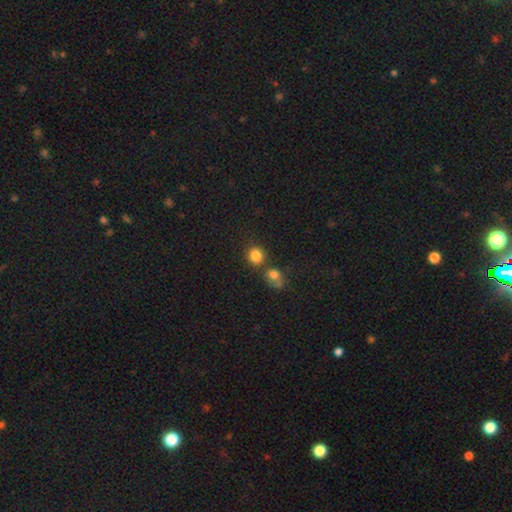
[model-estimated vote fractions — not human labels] Q: Smooth or featured?
A: smooth (83%); runner-up: star or artifact (12%)
Q: How rounded?
A: round (85%); runner-up: in between (14%)
Q: Merging?
A: none (68%); runner-up: merger (20%)